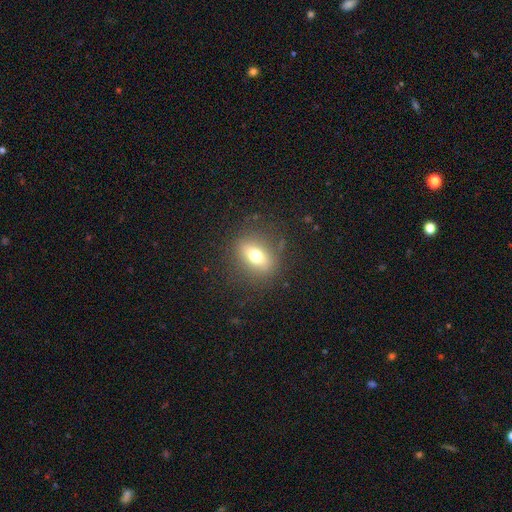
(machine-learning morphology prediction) This is likely a smooth galaxy (63%). How rounded: possibly in between (57%). Merging: clearly none (83%).